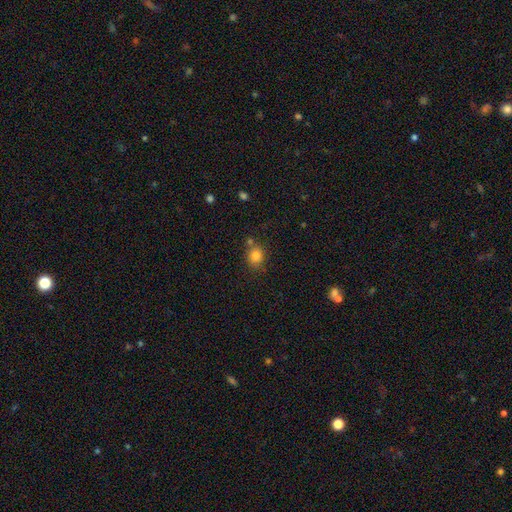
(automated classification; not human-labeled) Smooth or featured: smooth — 82% (star or artifact — 11%)
How rounded: round — 67% (in between — 32%)
Merging: none — 72% (minor disturbance — 13%)